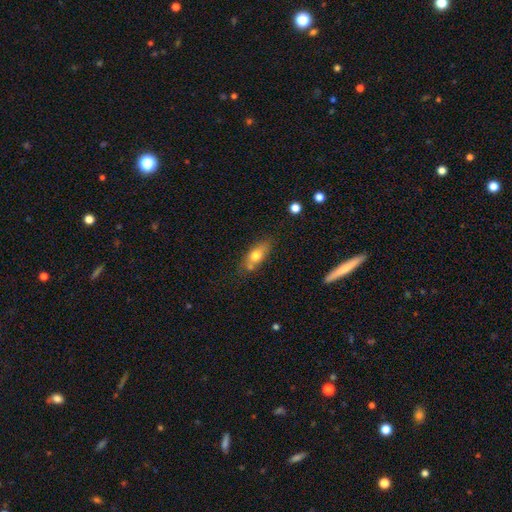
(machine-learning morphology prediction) smooth_or_featured: smooth (p=0.69) [alt: featured or disk p=0.23]
how_rounded: in between (p=0.75) [alt: cigar-shaped p=0.19]
merging: none (p=0.62) [alt: minor disturbance p=0.21]